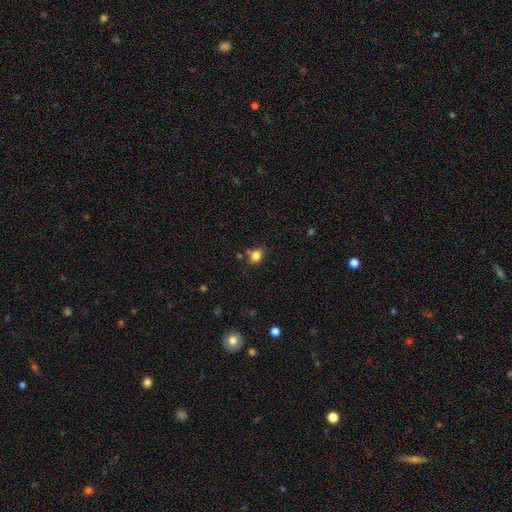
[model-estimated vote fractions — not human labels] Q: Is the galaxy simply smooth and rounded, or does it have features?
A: smooth — 82%.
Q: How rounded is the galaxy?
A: round — 59%.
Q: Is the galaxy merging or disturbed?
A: none — 68%.